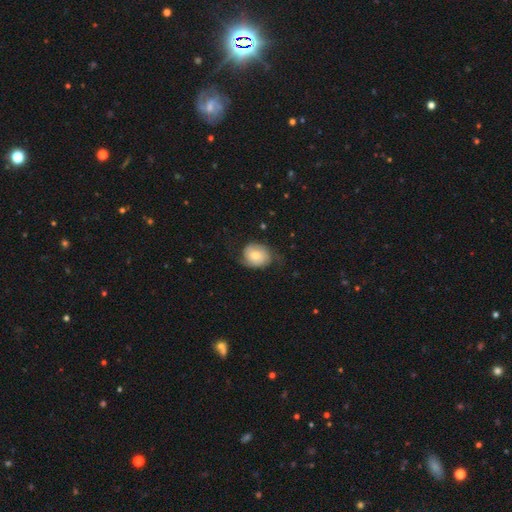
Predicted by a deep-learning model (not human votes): A smooth galaxy with no disk features (53%) that is round (60%). Merging: none (57%).